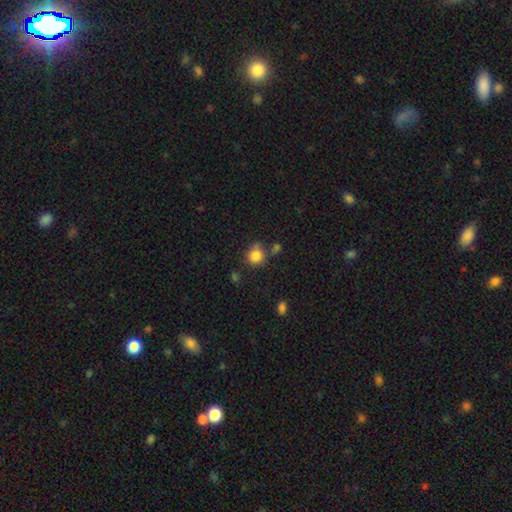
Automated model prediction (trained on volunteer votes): Overall: smooth (84%). How rounded: round (83%). Merging: none (62%).